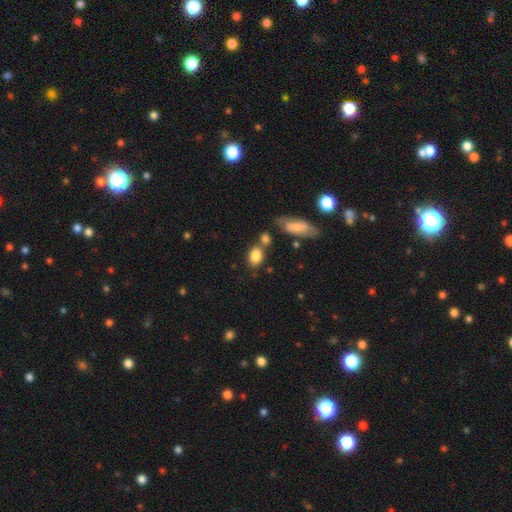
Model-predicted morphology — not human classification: smooth 84%, featured or disk 8%, star or artifact 8%. Down the decision tree: how rounded — in between (79%); merging — none (56%).